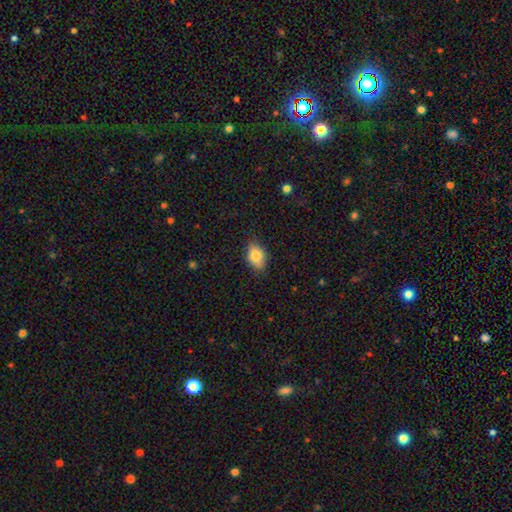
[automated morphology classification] type=smooth (82%); roundness=in between (85%); merging=none (81%).